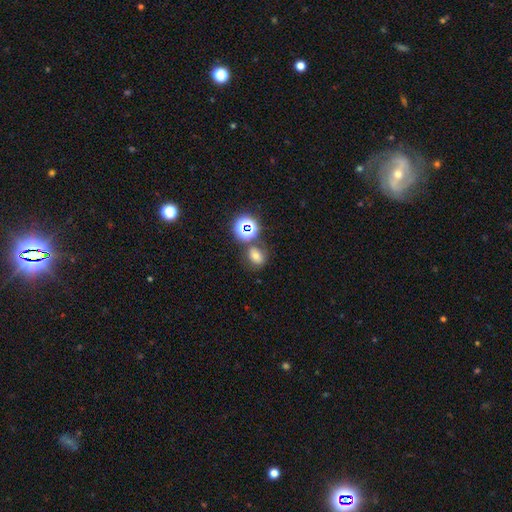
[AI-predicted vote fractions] Smooth or featured?
  - smooth: 58% *
  - star or artifact: 26%
  - featured or disk: 16%
How rounded?
  - round: 56% *
  - in between: 43%
  - cigar-shaped: 1%
Merging?
  - none: 64% *
  - merger: 17%
  - minor disturbance: 13%
  - major disturbance: 6%